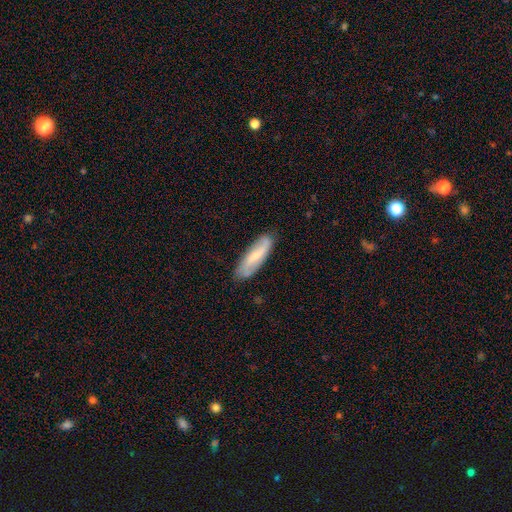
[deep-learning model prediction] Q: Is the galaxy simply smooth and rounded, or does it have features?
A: featured or disk — 50%.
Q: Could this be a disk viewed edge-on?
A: no — 78%.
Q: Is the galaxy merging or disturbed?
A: none — 82%.